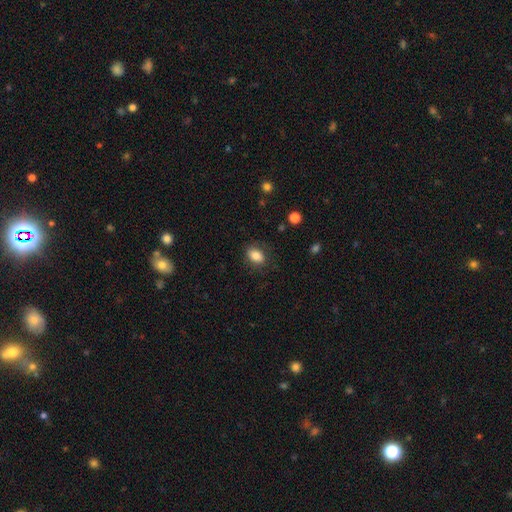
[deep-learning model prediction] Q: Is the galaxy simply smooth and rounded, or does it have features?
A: smooth — 84%.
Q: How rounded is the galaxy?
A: in between — 82%.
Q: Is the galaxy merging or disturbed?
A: none — 81%.